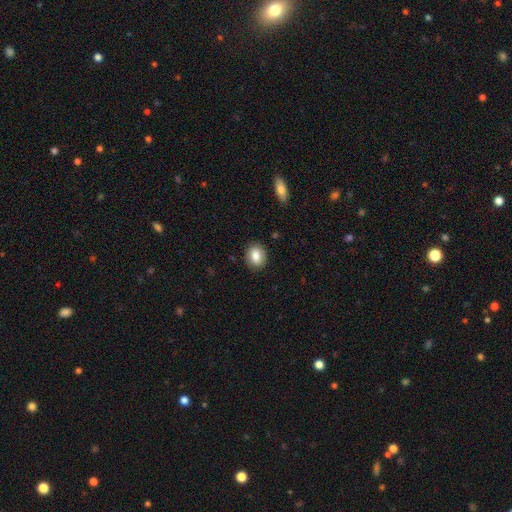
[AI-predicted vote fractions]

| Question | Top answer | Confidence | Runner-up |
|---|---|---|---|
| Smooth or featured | smooth | 83% | featured or disk (8%) |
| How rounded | round | 52% | in between (47%) |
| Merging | none | 89% | minor disturbance (8%) |